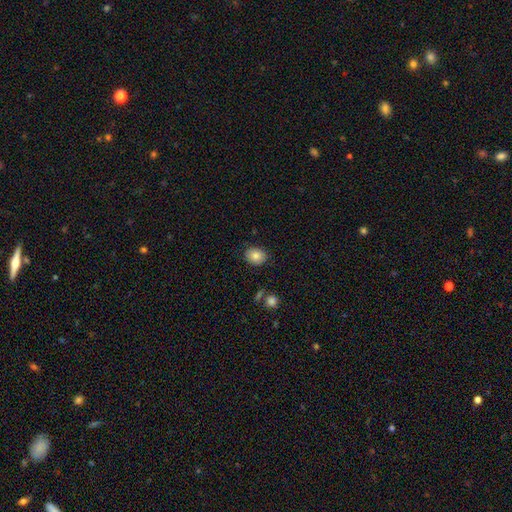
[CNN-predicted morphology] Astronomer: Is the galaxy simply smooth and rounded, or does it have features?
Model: smooth — 79%.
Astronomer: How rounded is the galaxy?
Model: round — 56% (runner-up: in between, 44%).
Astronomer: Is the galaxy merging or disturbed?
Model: none — 84%.